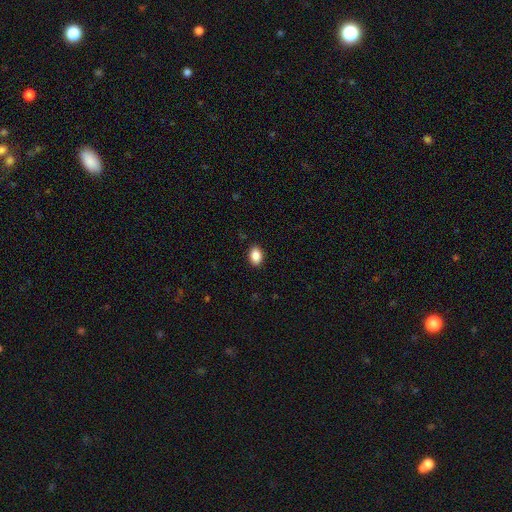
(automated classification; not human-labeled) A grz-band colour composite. It shows a smooth galaxy with no disk features (88%) that is in between round and cigar-shaped (82%). Merging: none (89%).